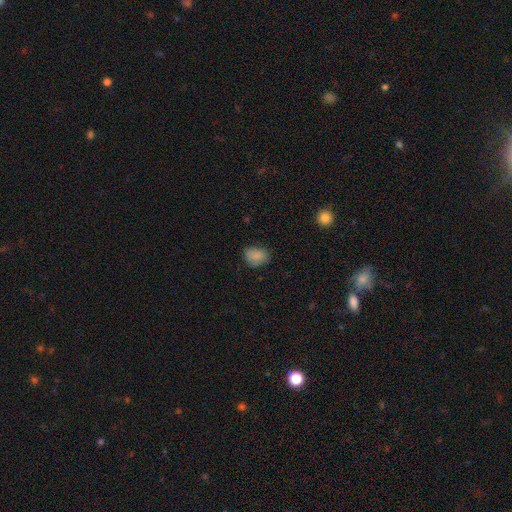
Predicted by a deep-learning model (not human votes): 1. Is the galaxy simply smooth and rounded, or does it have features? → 85% smooth, 10% star or artifact, 6% featured or disk.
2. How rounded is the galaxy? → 62% in between, 37% round, 1% cigar-shaped.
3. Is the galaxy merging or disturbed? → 71% none, 22% minor disturbance, 5% major disturbance, 1% merger.